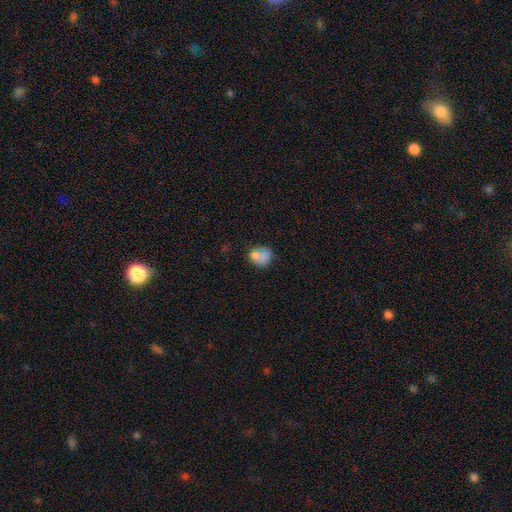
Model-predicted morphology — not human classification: Q: Smooth or featured?
A: smooth (70%); runner-up: star or artifact (18%)
Q: How rounded?
A: round (63%); runner-up: in between (35%)
Q: Merging?
A: none (59%); runner-up: minor disturbance (22%)